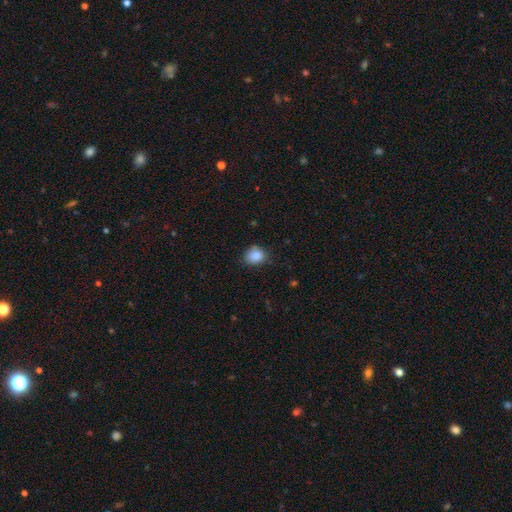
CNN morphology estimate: Smooth or featured?
  - smooth: 87% *
  - star or artifact: 9%
  - featured or disk: 4%
How rounded?
  - round: 59% *
  - in between: 41%
  - cigar-shaped: 1%
Merging?
  - none: 74% *
  - minor disturbance: 21%
  - major disturbance: 4%
  - merger: 1%